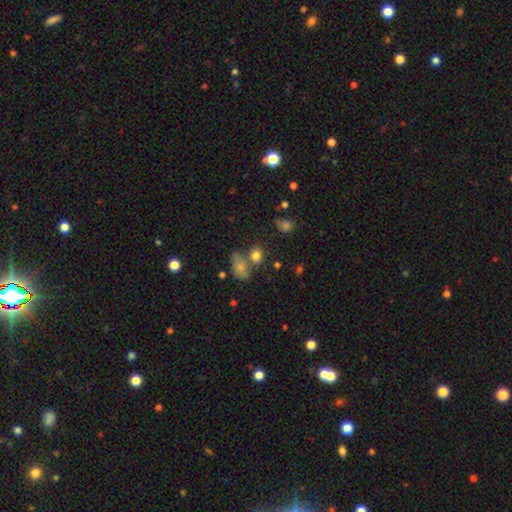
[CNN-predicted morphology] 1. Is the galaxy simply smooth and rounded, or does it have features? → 77% smooth, 14% star or artifact, 9% featured or disk.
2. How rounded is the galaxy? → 55% round, 42% in between, 2% cigar-shaped.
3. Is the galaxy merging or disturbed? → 54% none, 26% merger, 14% minor disturbance, 6% major disturbance.